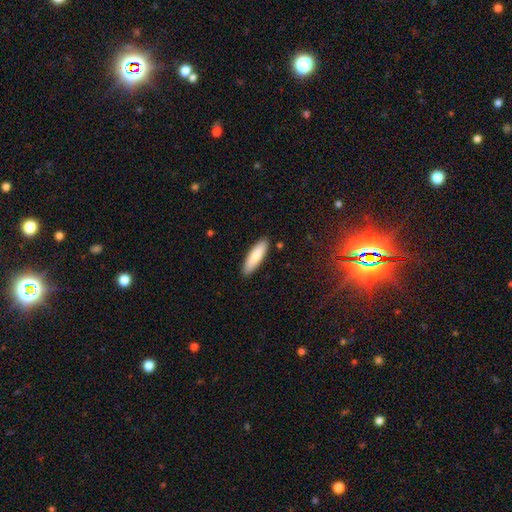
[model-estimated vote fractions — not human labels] smooth 81%, featured or disk 14%, star or artifact 5%. Down the decision tree: how rounded — cigar-shaped (58%); merging — none (88%).